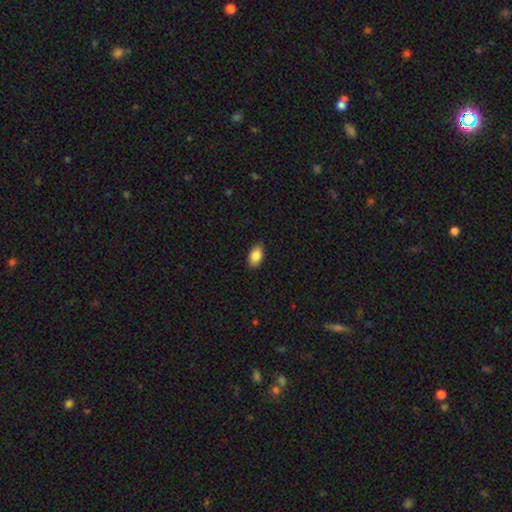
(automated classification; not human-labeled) Smooth or featured?
  - smooth: 87% *
  - star or artifact: 7%
  - featured or disk: 6%
How rounded?
  - in between: 93% *
  - round: 6%
  - cigar-shaped: 2%
Merging?
  - none: 88% *
  - minor disturbance: 9%
  - major disturbance: 2%
  - merger: 1%